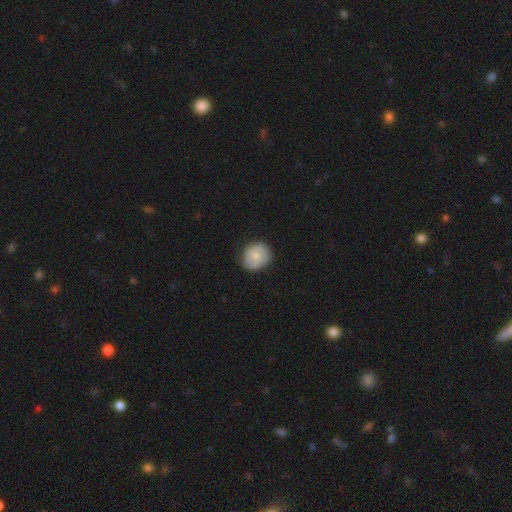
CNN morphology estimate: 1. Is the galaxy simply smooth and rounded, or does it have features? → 77% smooth, 16% featured or disk, 7% star or artifact.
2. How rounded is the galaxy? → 77% round, 22% in between, 1% cigar-shaped.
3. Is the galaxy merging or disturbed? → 82% none, 14% minor disturbance, 3% major disturbance, 1% merger.